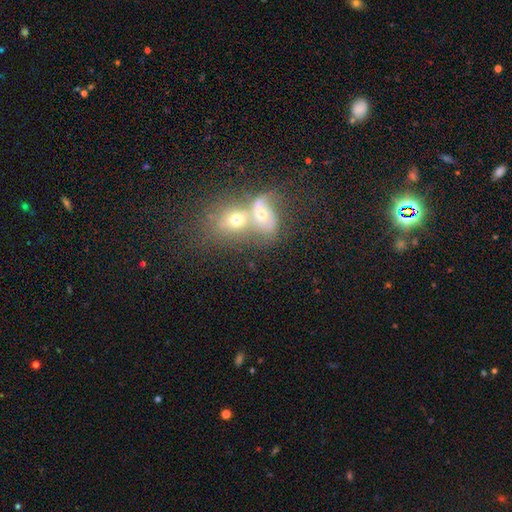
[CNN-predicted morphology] smooth 47%, featured or disk 29%, star or artifact 24%. Down the decision tree: merging — merger (72%).